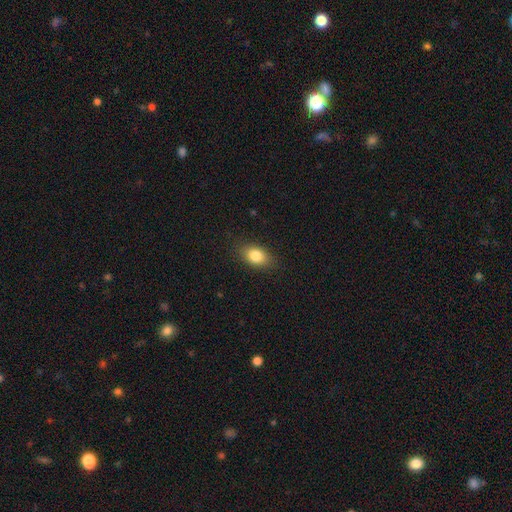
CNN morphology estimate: Smooth or featured? smooth (83%)
How rounded? in between (81%)
Merging? none (84%)